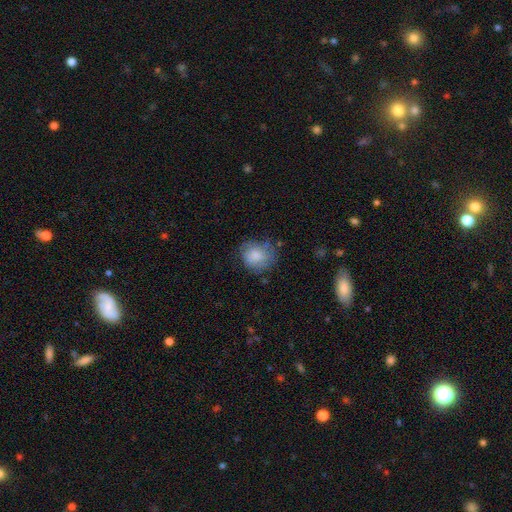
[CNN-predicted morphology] smooth_or_featured: smooth (p=0.79) [alt: featured or disk p=0.13]
how_rounded: round (p=0.75) [alt: in between p=0.24]
merging: none (p=0.62) [alt: minor disturbance p=0.26]